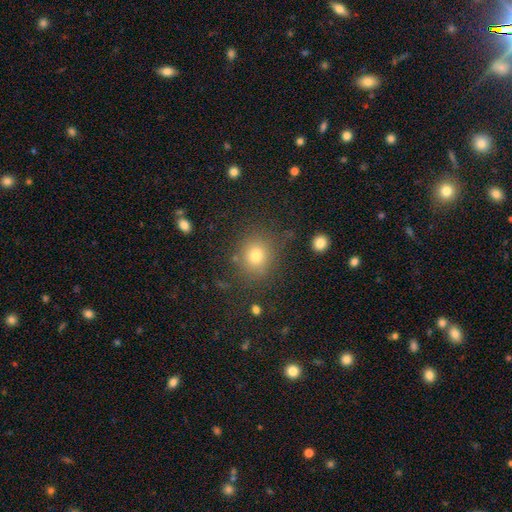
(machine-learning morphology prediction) smooth 76%, star or artifact 16%, featured or disk 8%. Down the decision tree: how rounded — round (86%); merging — none (81%).